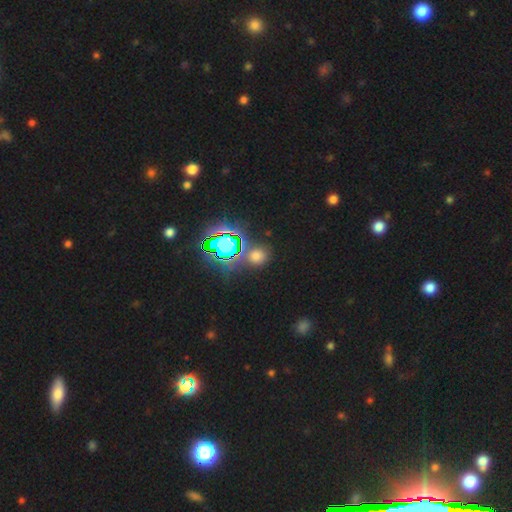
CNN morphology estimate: The model was most divided on "smooth or featured": star or artifact: 47%, smooth: 45%, featured or disk: 8%.